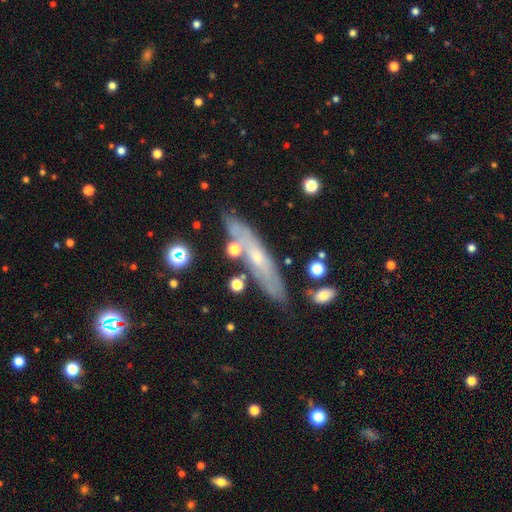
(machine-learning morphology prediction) This is possibly a featured or disk galaxy (54%). It is likely viewed edge-on (67%). Merging: clearly none (80%).